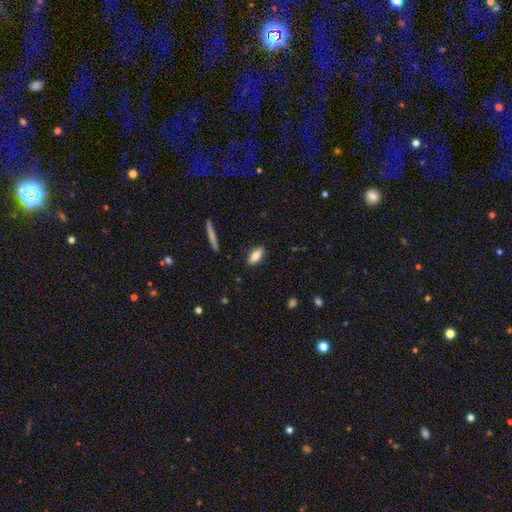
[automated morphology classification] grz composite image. It shows a smooth galaxy with no disk features (80%) that is in between round and cigar-shaped (80%). Merging: none (88%).